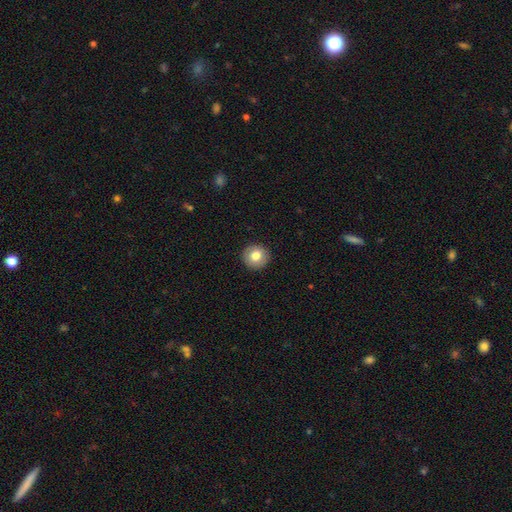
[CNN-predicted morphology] The model was most divided on "smooth or featured": smooth: 80%, featured or disk: 12%, star or artifact: 8%. More confident: how rounded — round (93%); merging — none (92%).